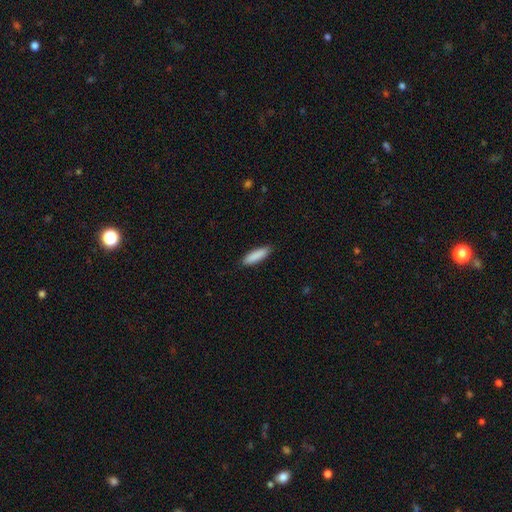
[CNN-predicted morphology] smooth-or-featured: smooth: 89% | star or artifact: 6% | featured or disk: 5%
  how-rounded: cigar-shaped: 64% | in between: 35% | round: 1%
  merging: none: 88% | minor disturbance: 9% | major disturbance: 2% | merger: 1%